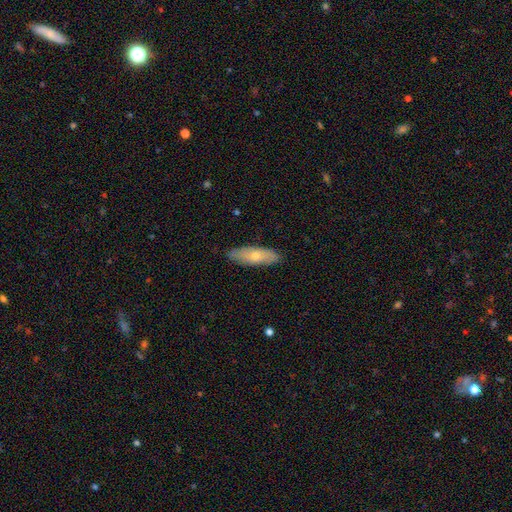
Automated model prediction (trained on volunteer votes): Q: Smooth or featured?
A: smooth (63%); runner-up: featured or disk (31%)
Q: How rounded?
A: in between (53%); runner-up: cigar-shaped (44%)
Q: Merging?
A: none (85%); runner-up: minor disturbance (12%)